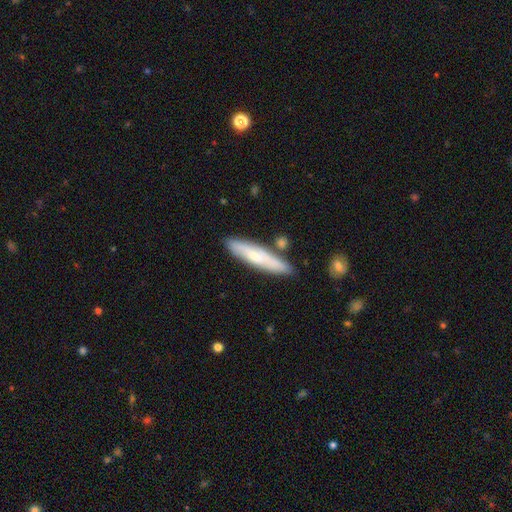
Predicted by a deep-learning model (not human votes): Smooth or featured? smooth (55%)
How rounded? cigar-shaped (83%)
Merging? none (78%)